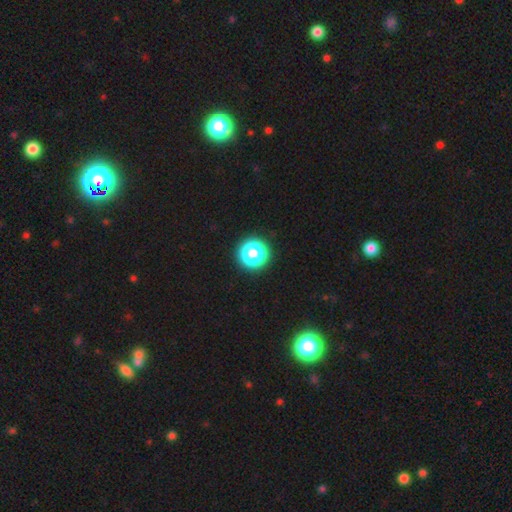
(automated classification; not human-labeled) Smooth or featured: smooth — 54% (star or artifact — 38%)
How rounded: round — 93% (in between — 6%)
Merging: none — 86% (minor disturbance — 8%)